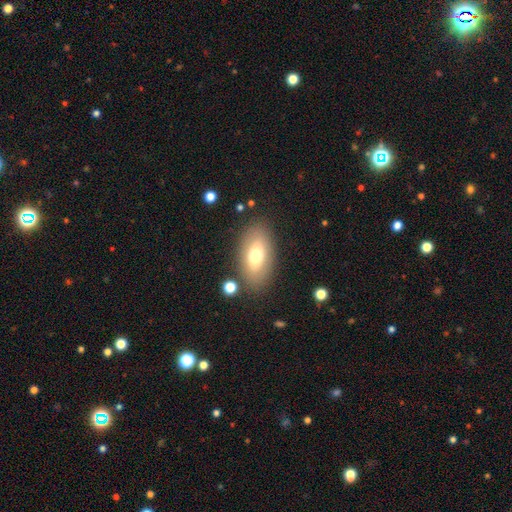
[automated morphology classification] Smooth or featured?
  - smooth: 70% *
  - featured or disk: 21%
  - star or artifact: 8%
How rounded?
  - in between: 91% *
  - round: 6%
  - cigar-shaped: 3%
Merging?
  - none: 82% *
  - minor disturbance: 11%
  - major disturbance: 4%
  - merger: 3%